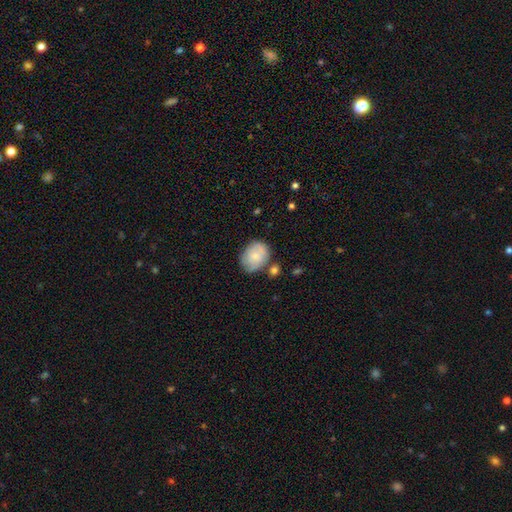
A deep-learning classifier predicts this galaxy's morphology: A smooth galaxy with no disk features (75%) that is in between round and cigar-shaped (58%). Merging: none (62%).